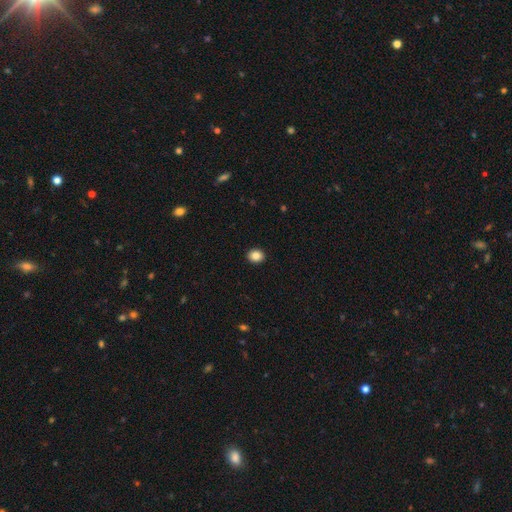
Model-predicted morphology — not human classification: smooth_or_featured: smooth (p=0.86) [alt: star or artifact p=0.09]
how_rounded: round (p=0.60) [alt: in between p=0.39]
merging: none (p=0.92) [alt: minor disturbance p=0.06]